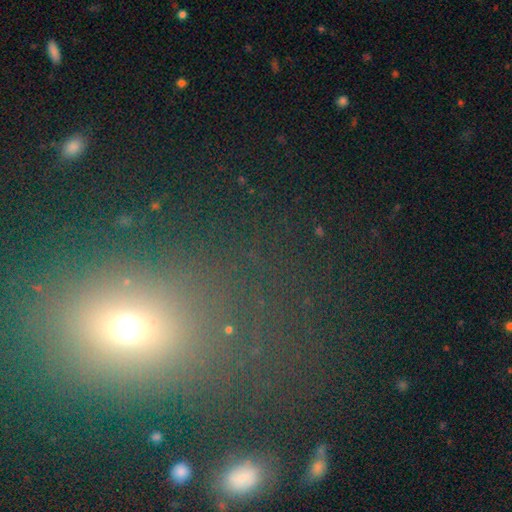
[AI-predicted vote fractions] This is possibly a star or artifact rather than a galaxy (46%).